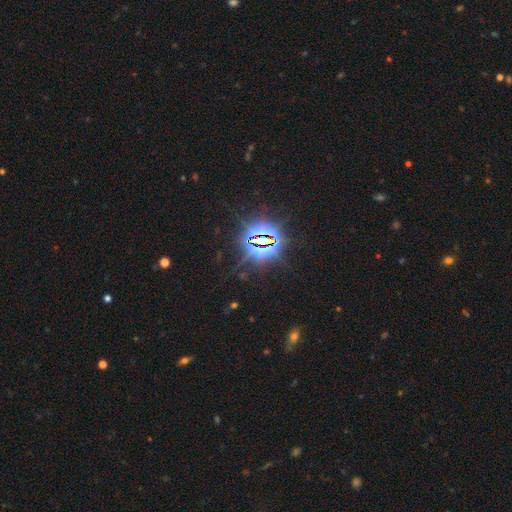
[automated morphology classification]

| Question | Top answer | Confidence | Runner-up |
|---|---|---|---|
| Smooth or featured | star or artifact | 85% | smooth (9%) |